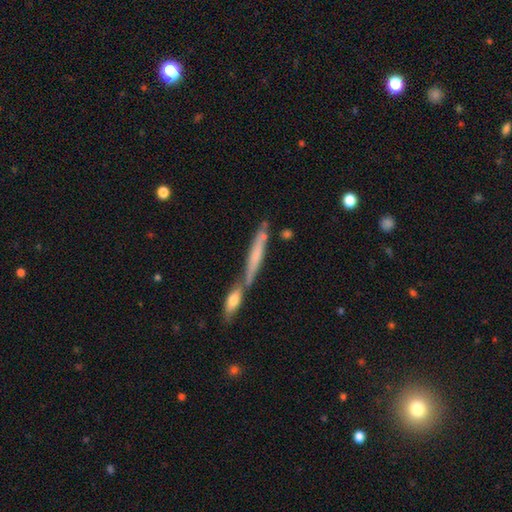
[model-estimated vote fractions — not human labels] A smooth galaxy with no disk features (56%) that is cigar-shaped (90%). Merging: none (47%).